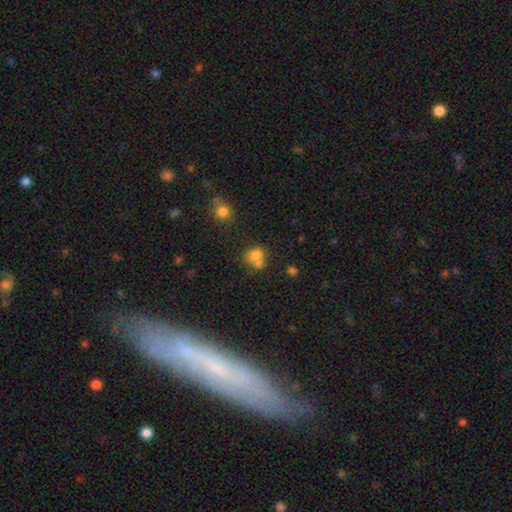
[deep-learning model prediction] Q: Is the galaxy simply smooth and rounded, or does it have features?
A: smooth — 75%.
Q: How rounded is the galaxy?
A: round — 69%.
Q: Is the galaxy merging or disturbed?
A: merger — 47%.